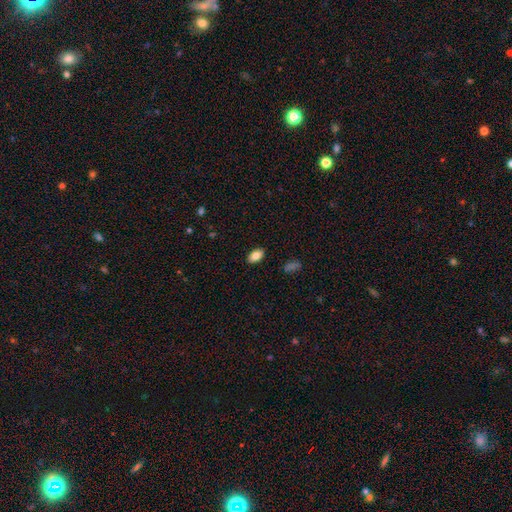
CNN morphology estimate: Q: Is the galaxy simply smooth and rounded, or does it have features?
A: smooth — 85%.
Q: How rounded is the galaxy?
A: in between — 92%.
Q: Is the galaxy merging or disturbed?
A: none — 88%.